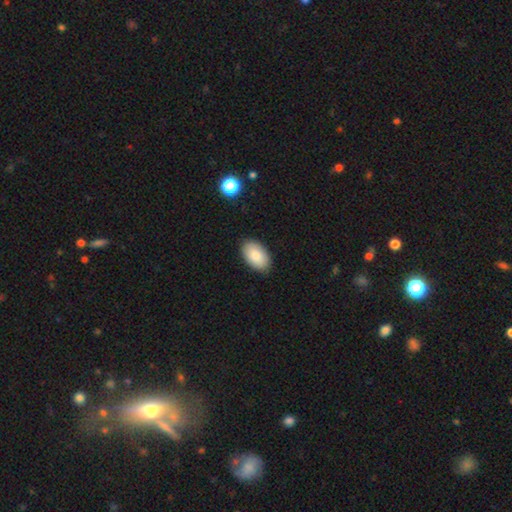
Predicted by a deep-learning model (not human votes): smooth_or_featured: smooth (p=0.86) [alt: featured or disk p=0.08]
how_rounded: in between (p=0.94) [alt: round p=0.05]
merging: none (p=0.88) [alt: minor disturbance p=0.10]